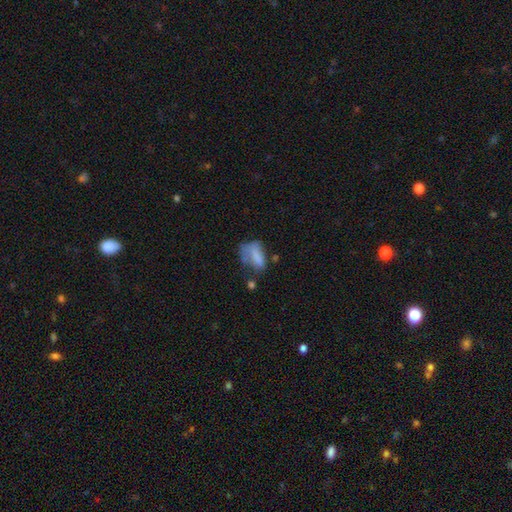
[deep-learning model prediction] This is likely a smooth galaxy (69%). How rounded: clearly in between (84%). Merging: marginally major disturbance (37%).